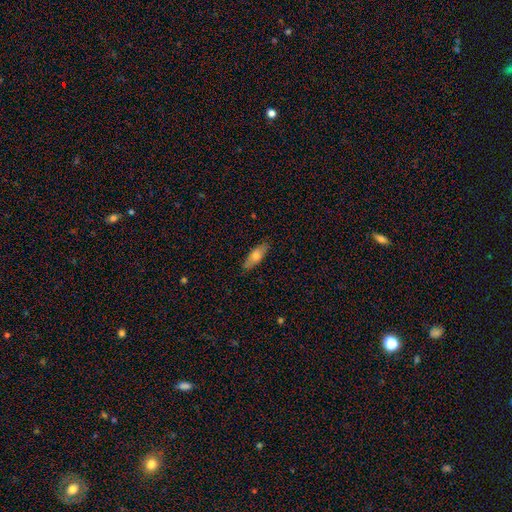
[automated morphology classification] The model was most divided on "how rounded": in between: 59%, cigar-shaped: 38%, round: 3%. More confident: merging — none (85%); smooth or featured — smooth (65%).